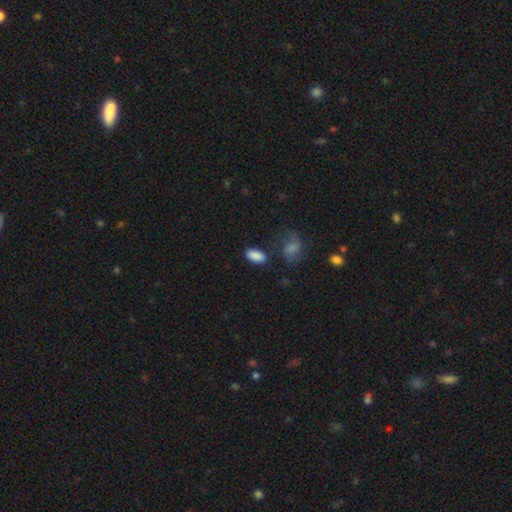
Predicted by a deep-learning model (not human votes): Smooth or featured? Predicted: smooth (p=0.88). How rounded? Predicted: in between (p=0.91). Merging? Predicted: none (p=0.79).